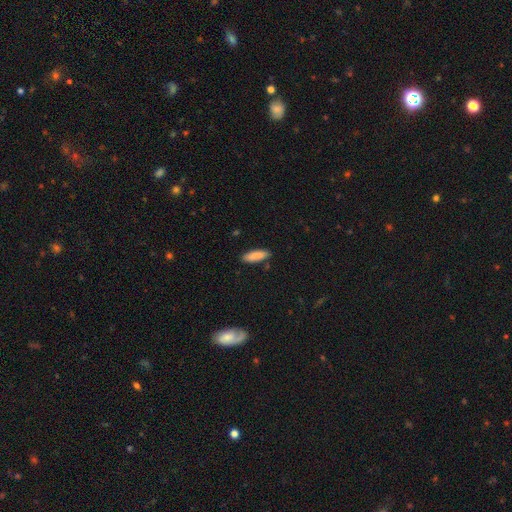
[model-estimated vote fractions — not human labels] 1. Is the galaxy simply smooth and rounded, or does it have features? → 88% smooth, 6% star or artifact, 6% featured or disk.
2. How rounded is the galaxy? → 51% cigar-shaped, 48% in between, 1% round.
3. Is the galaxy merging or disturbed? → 85% none, 11% minor disturbance, 2% major disturbance, 2% merger.